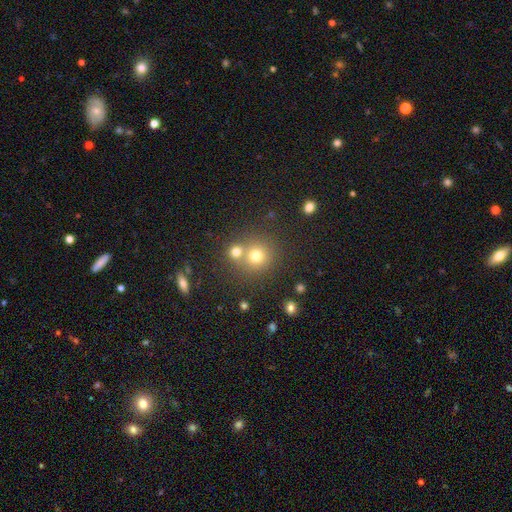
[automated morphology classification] This is likely a smooth galaxy (73%). How rounded: clearly round (89%). Merging: possibly none (58%).